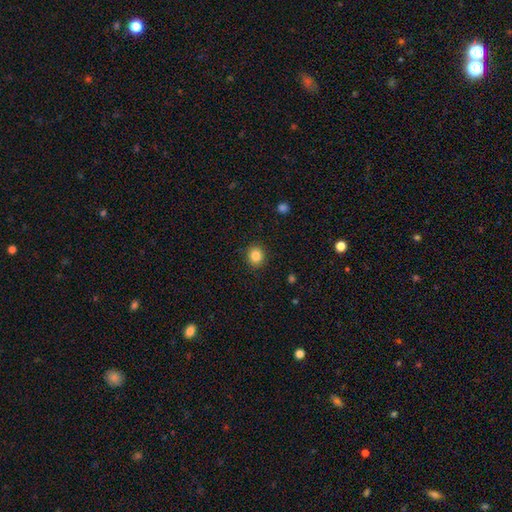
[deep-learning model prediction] Smooth or featured? smooth (85%)
How rounded? round (80%)
Merging? none (90%)